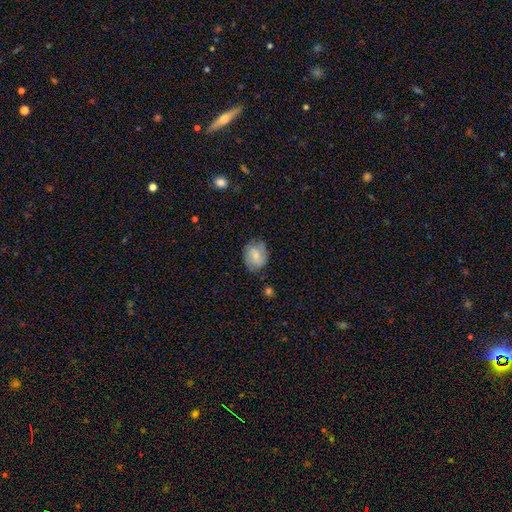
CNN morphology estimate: A smooth galaxy with no disk features (66%) that is round (53%).

Vote fractions:
- Smooth or featured? smooth: 66% / featured or disk: 27% / star or artifact: 7%
- How rounded? round: 53% / in between: 46% / cigar-shaped: 1%
- Merging? none: 68% / minor disturbance: 24% / major disturbance: 6% / merger: 2%